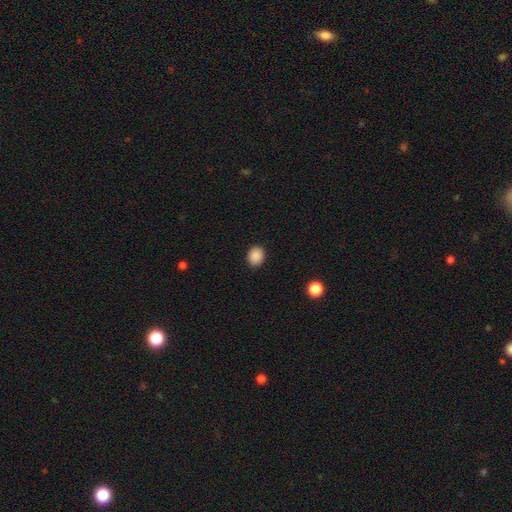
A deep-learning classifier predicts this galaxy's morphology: The model was most divided on "how rounded": in between: 52%, round: 47%, cigar-shaped: 1%. More confident: merging — none (89%); smooth or featured — smooth (88%).